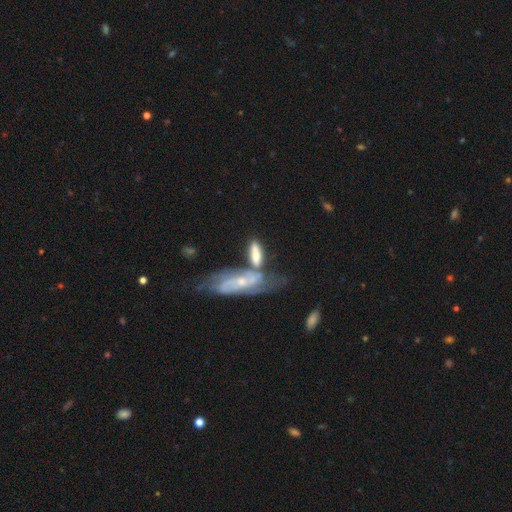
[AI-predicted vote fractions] Q: Smooth or featured?
A: featured or disk (46%); tied with: smooth (46%)
Q: Merging?
A: merger (45%); runner-up: none (29%)